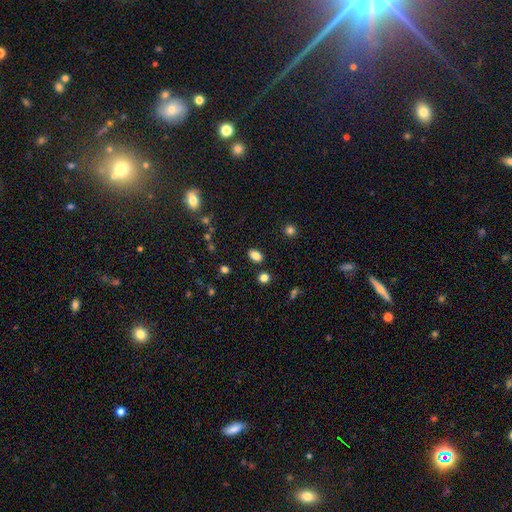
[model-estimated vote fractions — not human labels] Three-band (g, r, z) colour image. It shows a smooth galaxy with no disk features (83%) that is in between round and cigar-shaped (86%). Merging: none (85%).